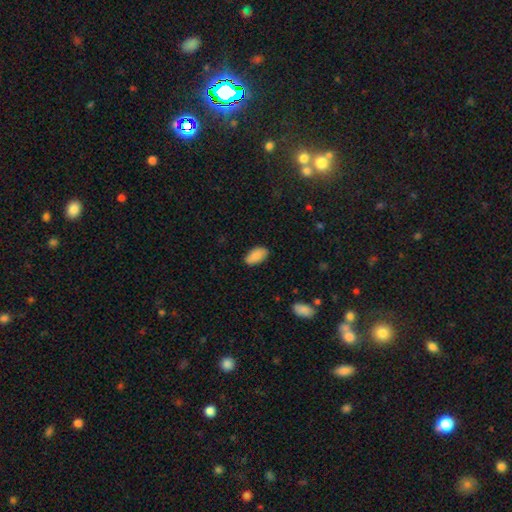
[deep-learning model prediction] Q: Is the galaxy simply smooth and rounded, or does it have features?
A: smooth — 88%.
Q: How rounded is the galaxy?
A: in between — 94%.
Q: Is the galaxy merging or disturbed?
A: none — 85%.